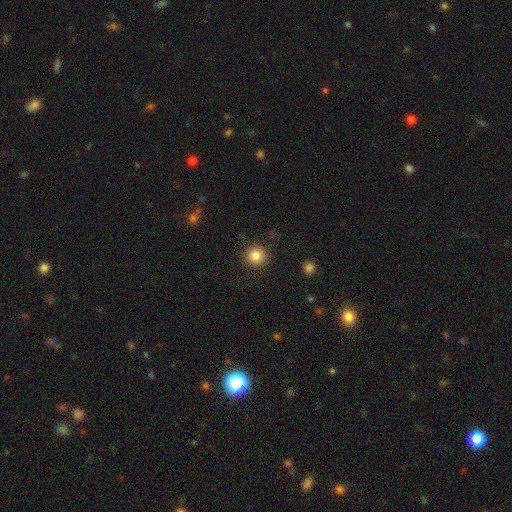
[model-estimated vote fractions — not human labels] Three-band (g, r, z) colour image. It shows a smooth galaxy with no disk features (84%) that is round (94%). Merging: none (91%).